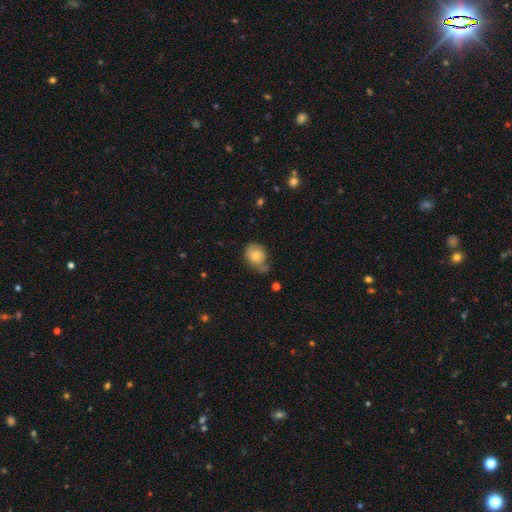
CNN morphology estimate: Smooth or featured? Predicted: smooth (p=0.70). How rounded? Predicted: in between (p=0.54). Merging? Predicted: none (p=0.44).